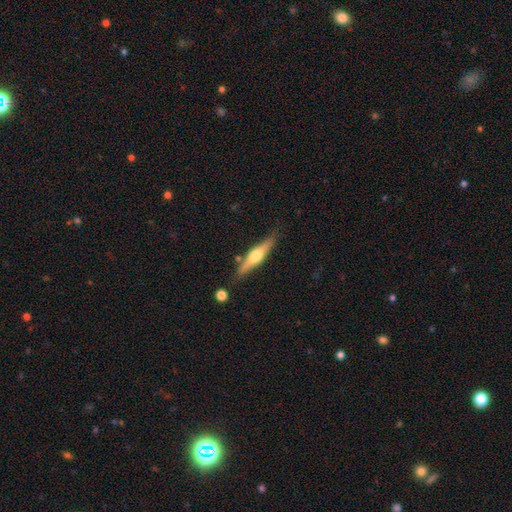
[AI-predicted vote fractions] Smooth or featured?
  - featured or disk: 60% *
  - smooth: 35%
  - star or artifact: 6%
Edge-on disk?
  - yes: 95% *
  - no: 5%
Edge-on bulge?
  - rounded: 91% *
  - boxy: 5%
  - none: 3%
Merging?
  - none: 79% *
  - minor disturbance: 13%
  - merger: 5%
  - major disturbance: 3%